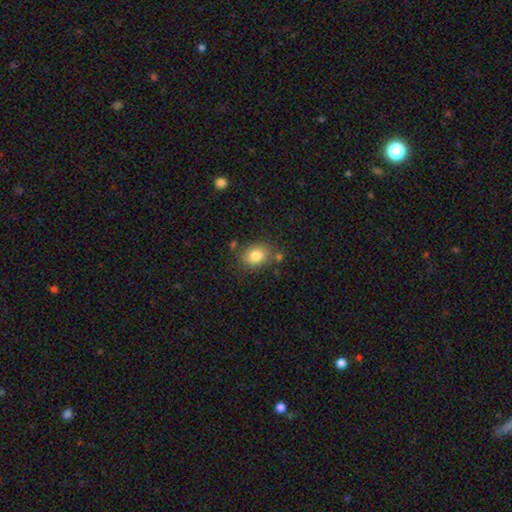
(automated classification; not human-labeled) Q: Smooth or featured?
A: smooth (82%); runner-up: star or artifact (10%)
Q: How rounded?
A: in between (53%); runner-up: round (46%)
Q: Merging?
A: none (75%); runner-up: minor disturbance (14%)